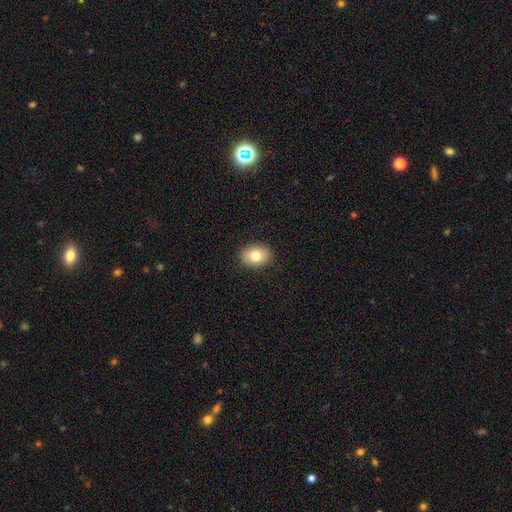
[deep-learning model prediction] smooth_or_featured: smooth (p=0.79) [alt: featured or disk p=0.12]
how_rounded: in between (p=0.64) [alt: round p=0.36]
merging: none (p=0.89) [alt: minor disturbance p=0.08]